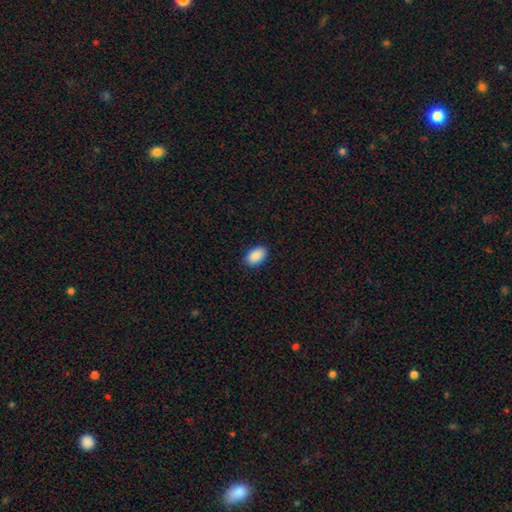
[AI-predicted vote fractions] A smooth galaxy with no disk features (91%) that is in between round and cigar-shaped (93%). Merging: none (89%).